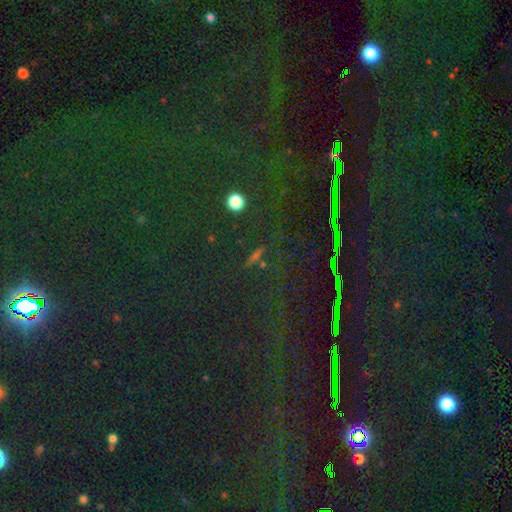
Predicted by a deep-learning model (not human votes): Smooth or featured? Predicted: star or artifact (p=0.54).